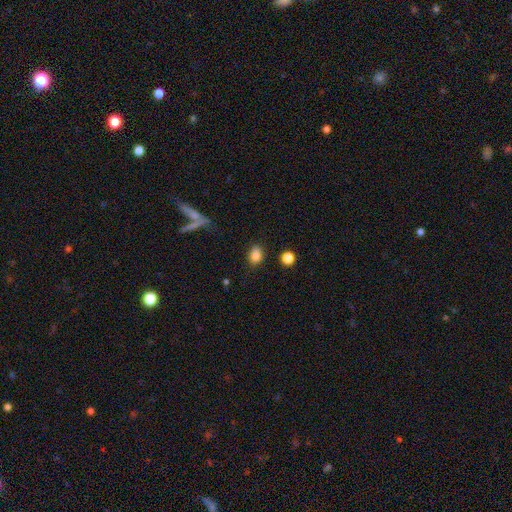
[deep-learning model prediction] Overall: smooth (82%). How rounded: in between (64%; round 34%). Merging: none (76%).